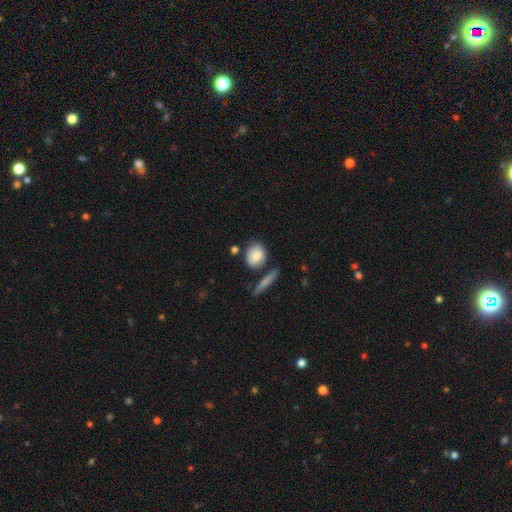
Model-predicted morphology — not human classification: type=smooth (84%); roundness=in between (48%, tied with round); merging=none (68%).